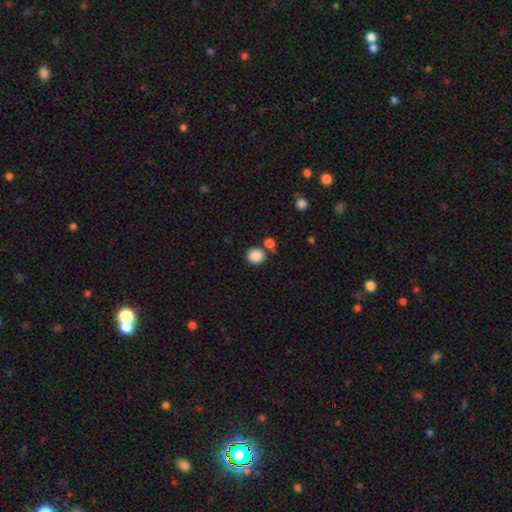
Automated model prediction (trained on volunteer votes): Smooth or featured? Predicted: smooth (p=0.88). How rounded? Predicted: round (p=0.73). Merging? Predicted: none (p=0.71).